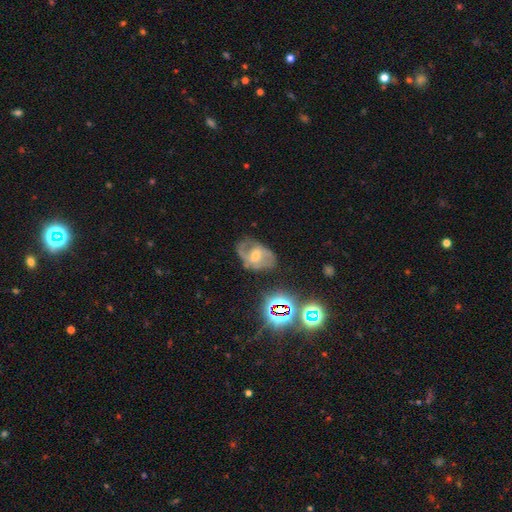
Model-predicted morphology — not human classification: Smooth or featured: featured or disk — 69% (smooth — 16%)
Edge-on disk: no — 96% (yes — 4%)
Bar: weak — 46% (no — 38%)
Spiral arms: yes — 85% (no — 15%)
Spiral winding: medium — 49% (tight — 29%)
Spiral arm count: 2 — 66% (can't tell — 19%)
Bulge size: moderate — 57% (small — 35%)
Merging: none — 64% (minor disturbance — 22%)